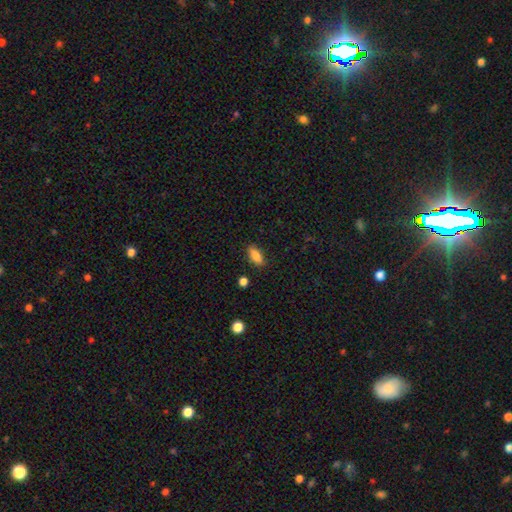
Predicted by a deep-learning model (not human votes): A smooth galaxy with no disk features (84%) that is in between round and cigar-shaped (82%).

Vote fractions:
- Smooth or featured? smooth: 84% / star or artifact: 8% / featured or disk: 8%
- How rounded? in between: 82% / cigar-shaped: 14% / round: 3%
- Merging? none: 83% / minor disturbance: 12% / major disturbance: 3% / merger: 2%